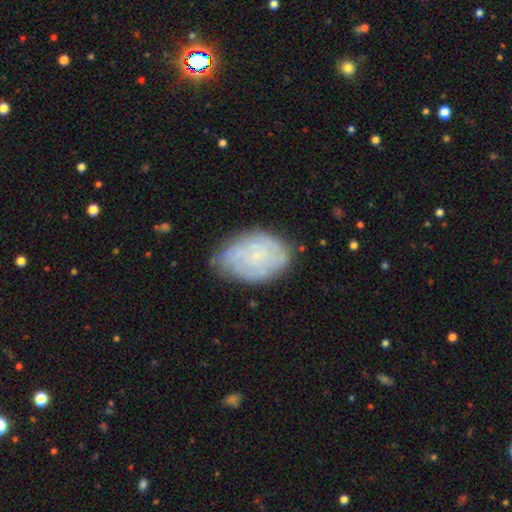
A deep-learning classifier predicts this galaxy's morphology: This is possibly a featured or disk galaxy (57%). It is clearly not viewed edge-on (97%). Bar: clearly no (81%). Spiral arm pattern: likely yes (75%). Central bulge: likely small (74%). Merging: likely none (65%).